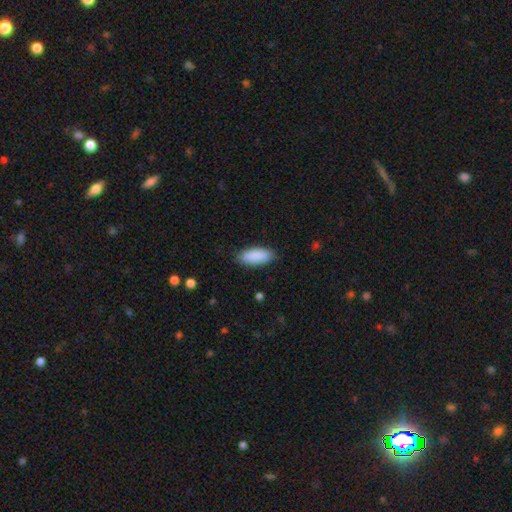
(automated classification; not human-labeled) This appears to be a smooth galaxy with no disk features (90%) that is in between round and cigar-shaped (83%). Merging: none (86%).